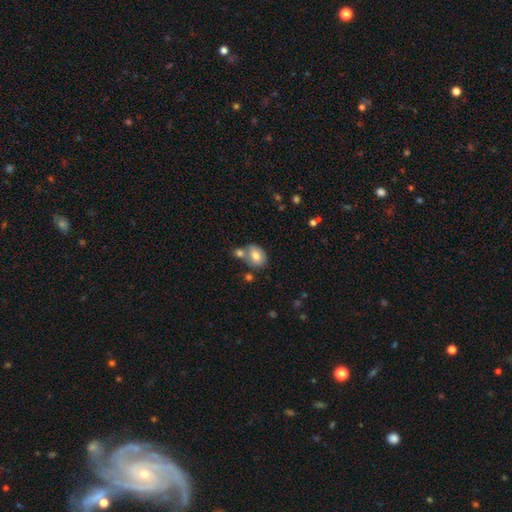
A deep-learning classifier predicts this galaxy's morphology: This appears to be a smooth galaxy with no disk features (76%) that is in between round and cigar-shaped (70%). Merging: none (47%).